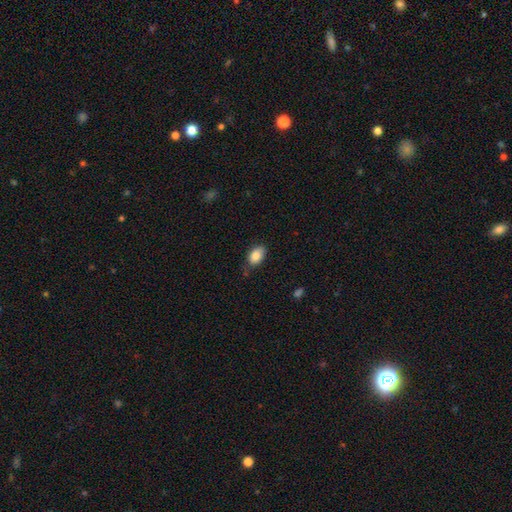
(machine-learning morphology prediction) Smooth or featured? smooth (85%)
How rounded? in between (90%)
Merging? none (72%)